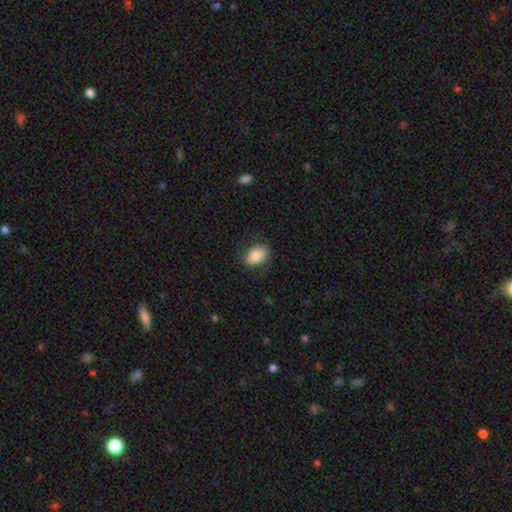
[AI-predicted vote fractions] Smooth or featured? Predicted: smooth (p=0.81). How rounded? Predicted: in between (p=0.85). Merging? Predicted: none (p=0.75).